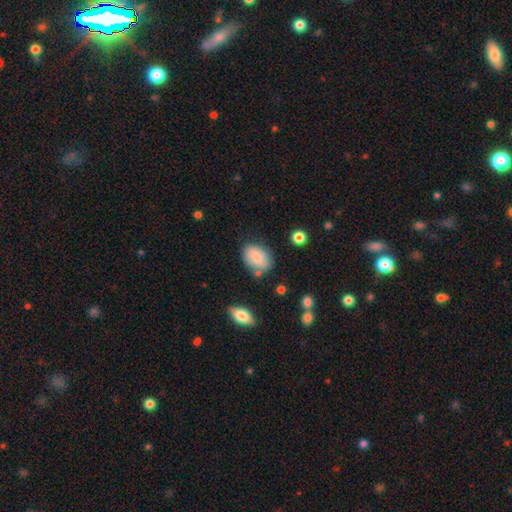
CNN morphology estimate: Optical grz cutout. It shows a smooth galaxy with no disk features (81%) that is in between round and cigar-shaped (84%). Merging: none (66%).